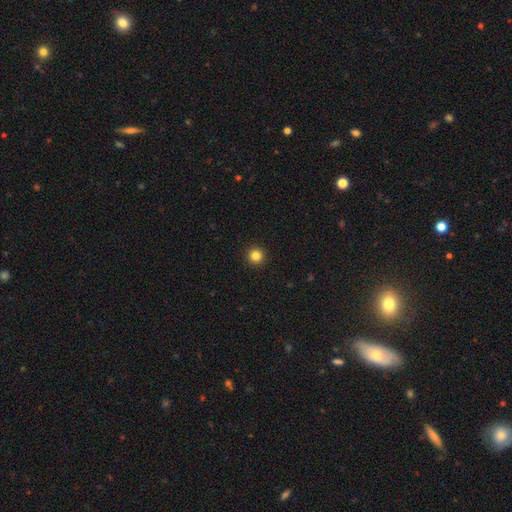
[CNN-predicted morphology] Overall: smooth (83%). How rounded: round (96%). Merging: none (94%).